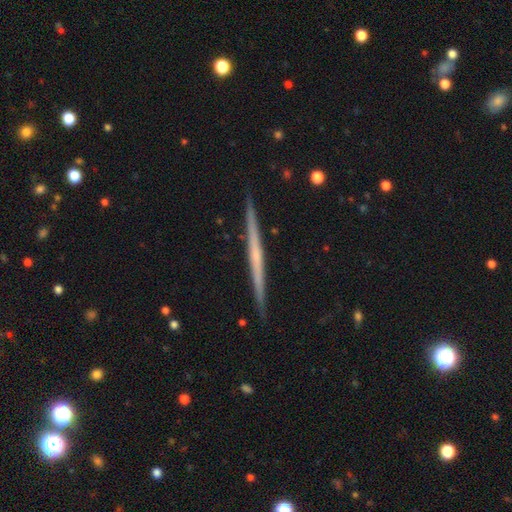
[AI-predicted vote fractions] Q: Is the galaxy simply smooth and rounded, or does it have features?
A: featured or disk — 69%.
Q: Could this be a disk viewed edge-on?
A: yes — 98%.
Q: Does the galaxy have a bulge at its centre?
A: none — 72%.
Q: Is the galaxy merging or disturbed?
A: none — 92%.